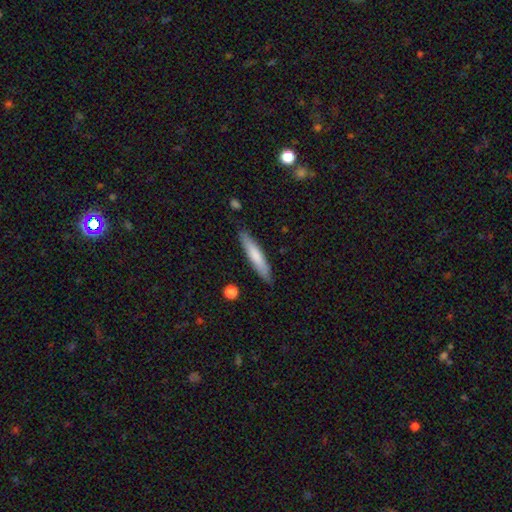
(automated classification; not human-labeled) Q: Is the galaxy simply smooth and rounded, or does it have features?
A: smooth — 72%.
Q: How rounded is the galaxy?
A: cigar-shaped — 88%.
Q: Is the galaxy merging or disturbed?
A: none — 87%.